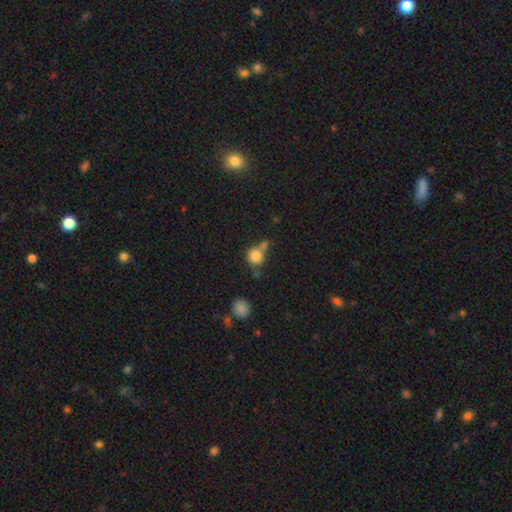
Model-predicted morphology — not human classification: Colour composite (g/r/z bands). It shows a smooth galaxy with no disk features (81%) that is round (88%). Merging: none (50%).